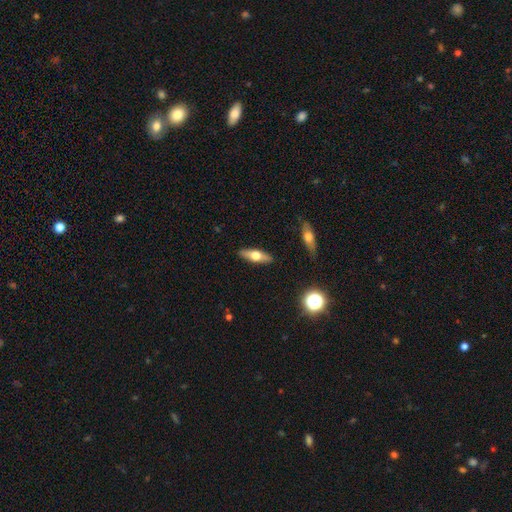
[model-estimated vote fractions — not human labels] The model was most divided on "smooth or featured": featured or disk: 48%, smooth: 45%, star or artifact: 7%. More confident: merging — none (89%).